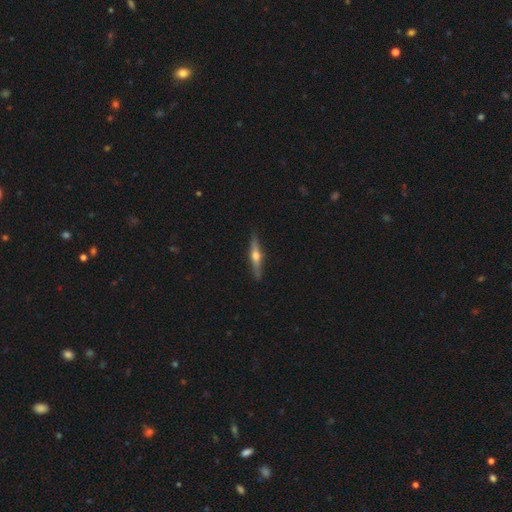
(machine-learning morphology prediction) A featured or disk galaxy (66%) viewed edge-on (97%) with a rounded central bulge (94%). Merging: none (89%).